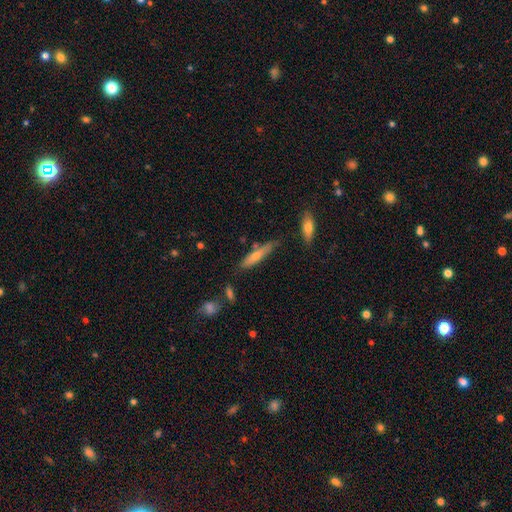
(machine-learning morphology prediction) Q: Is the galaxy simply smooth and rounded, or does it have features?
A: smooth — 51%.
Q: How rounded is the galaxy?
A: cigar-shaped — 83%.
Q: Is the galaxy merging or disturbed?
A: none — 74%.